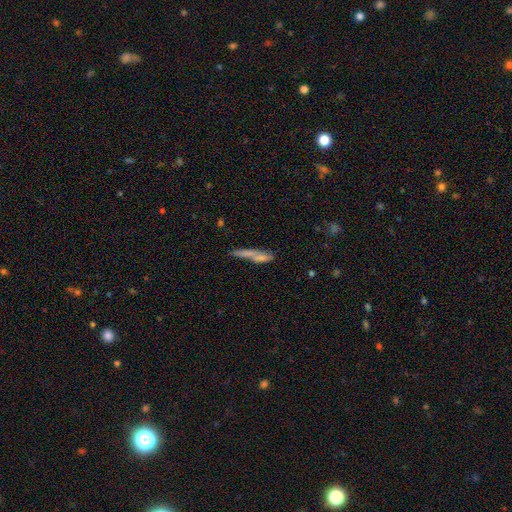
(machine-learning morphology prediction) Smooth or featured? smooth (57%)
How rounded? cigar-shaped (86%)
Merging? none (49%)